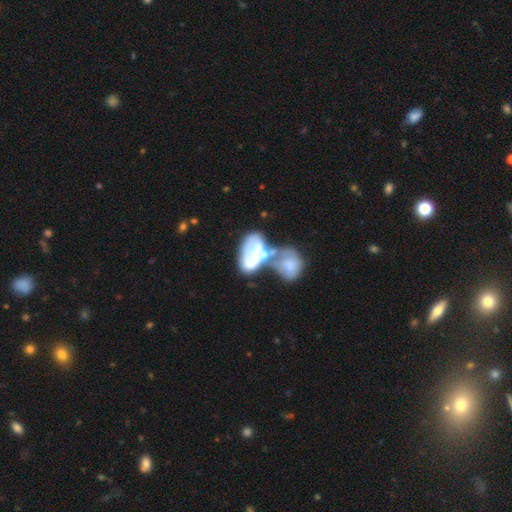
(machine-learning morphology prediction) type=featured or disk (58%); edge-on=no (96%); bar=no (69%); spiral arms=no (74%); bulge=moderate (53%); merging=merger (65%).